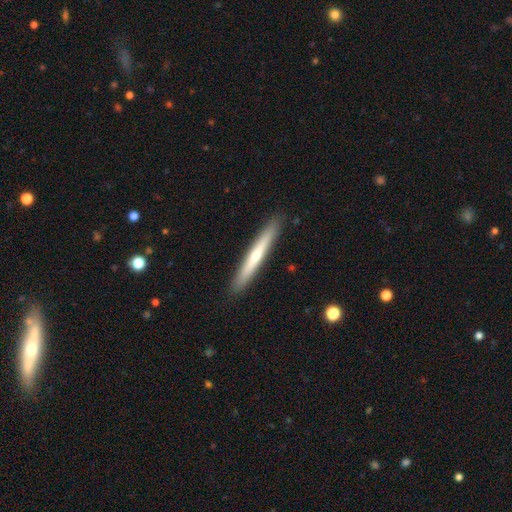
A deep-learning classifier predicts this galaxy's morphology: This appears to be a featured or disk galaxy (52%) viewed edge-on (94%). Merging: none (91%).